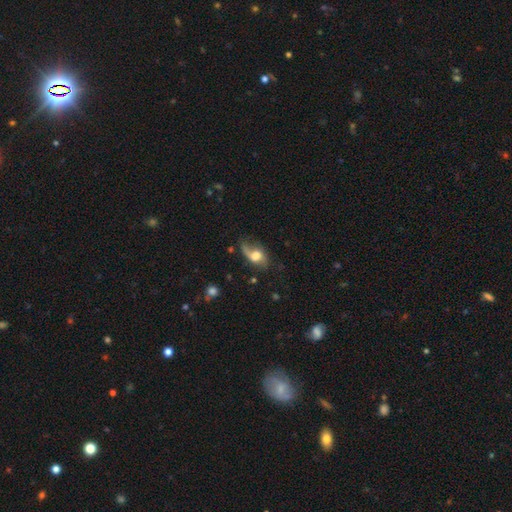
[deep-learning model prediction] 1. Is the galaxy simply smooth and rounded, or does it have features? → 47% featured or disk, 44% smooth, 9% star or artifact.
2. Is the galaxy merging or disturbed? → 42% none, 29% minor disturbance, 24% major disturbance, 5% merger.